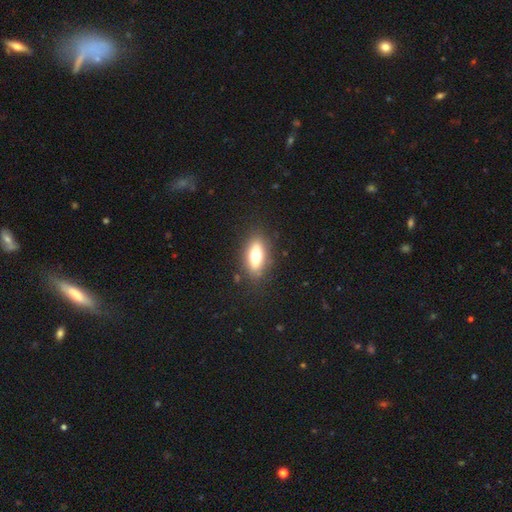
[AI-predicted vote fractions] smooth 63%, featured or disk 29%, star or artifact 8%. Down the decision tree: how rounded — in between (72%); merging — none (85%).